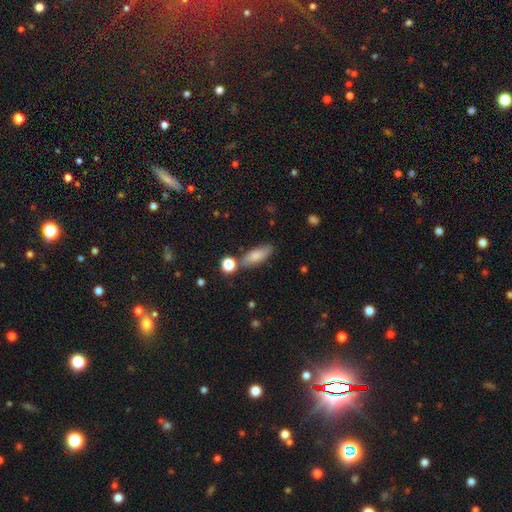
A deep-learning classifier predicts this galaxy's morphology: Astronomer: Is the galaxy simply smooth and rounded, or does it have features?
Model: smooth — 73%.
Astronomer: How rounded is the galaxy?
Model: in between — 70%.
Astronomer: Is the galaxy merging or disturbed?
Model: none — 69%.